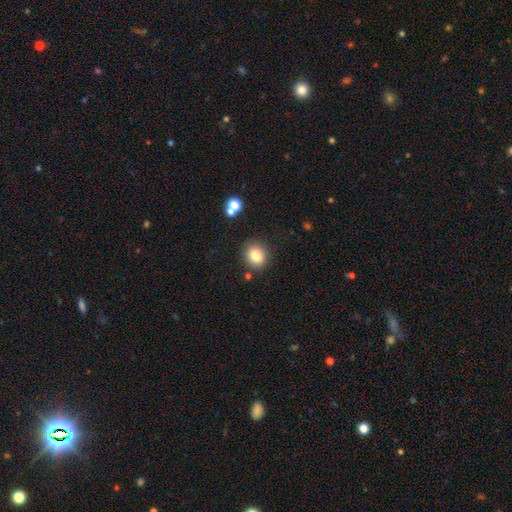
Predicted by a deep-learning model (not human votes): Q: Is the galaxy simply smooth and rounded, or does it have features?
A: smooth — 82%.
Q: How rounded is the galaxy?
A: round — 75%.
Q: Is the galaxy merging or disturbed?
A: none — 84%.